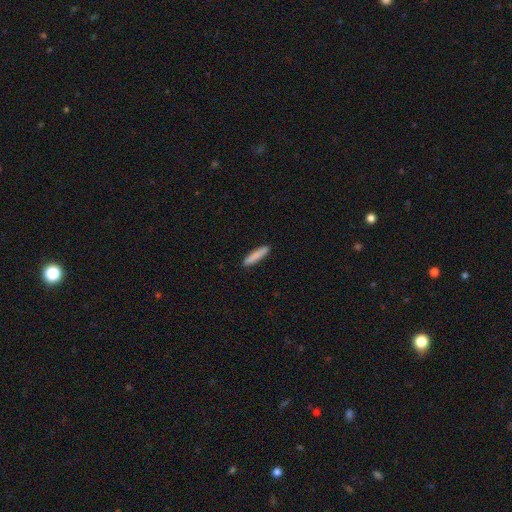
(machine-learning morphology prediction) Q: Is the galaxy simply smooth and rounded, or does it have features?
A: smooth — 87%.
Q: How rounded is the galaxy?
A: cigar-shaped — 87%.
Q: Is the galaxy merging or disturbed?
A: none — 91%.